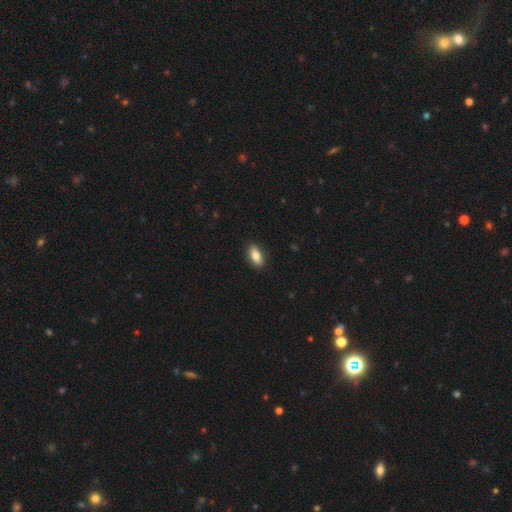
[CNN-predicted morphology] This appears to be a smooth galaxy with no disk features (80%) that is in between round and cigar-shaped (86%). Merging: none (89%).